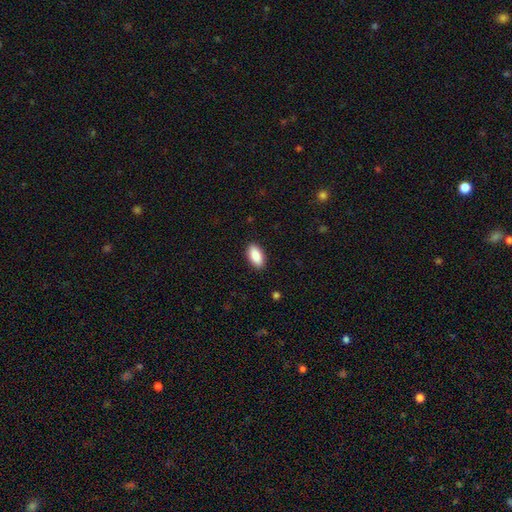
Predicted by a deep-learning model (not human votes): Smooth or featured: smooth — 88% (star or artifact — 6%)
How rounded: in between — 92% (cigar-shaped — 5%)
Merging: none — 89% (minor disturbance — 8%)